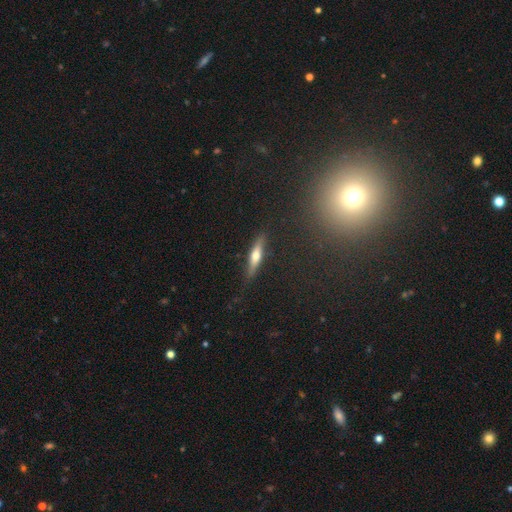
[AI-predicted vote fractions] Morphology: type=featured or disk (47%); merging=none (85%).